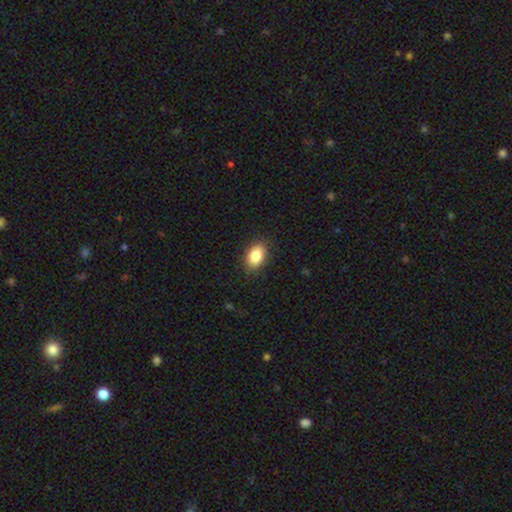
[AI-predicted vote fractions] Morphology: type=smooth (86%); roundness=in between (87%); merging=none (86%).